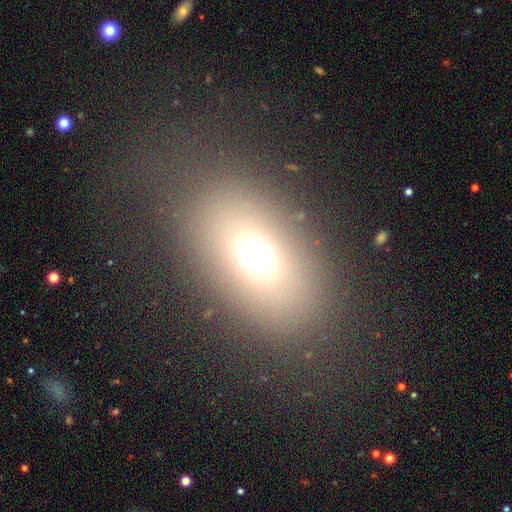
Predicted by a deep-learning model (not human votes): Overall: smooth (66%). How rounded: in between (78%). Merging: none (76%).